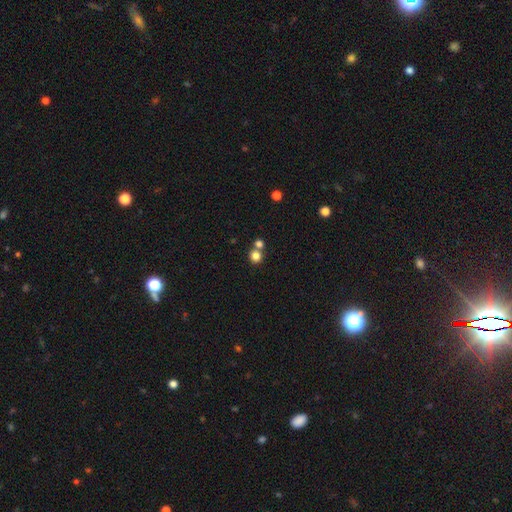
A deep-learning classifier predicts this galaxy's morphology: type=smooth (81%); roundness=round (89%); merging=none (60%).